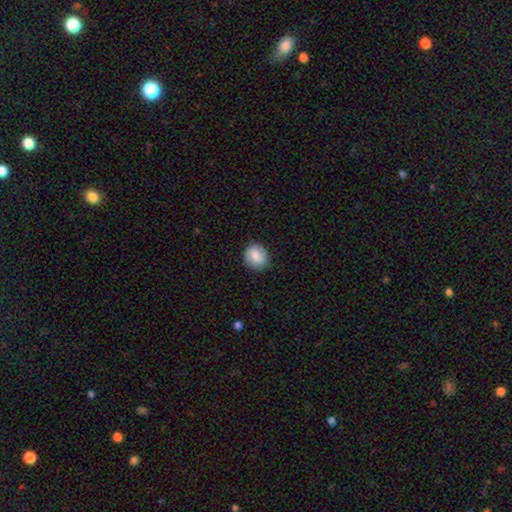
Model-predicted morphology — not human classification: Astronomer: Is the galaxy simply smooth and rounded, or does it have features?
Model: smooth — 83%.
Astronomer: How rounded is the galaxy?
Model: round — 78%.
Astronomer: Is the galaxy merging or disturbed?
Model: none — 85%.